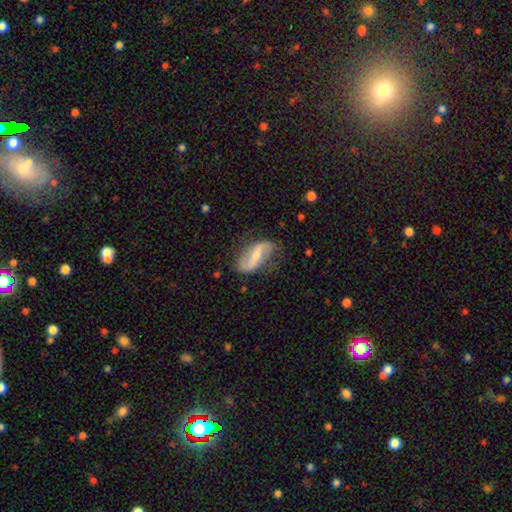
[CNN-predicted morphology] Smooth or featured?
  - featured or disk: 73% *
  - smooth: 21%
  - star or artifact: 6%
Edge-on disk?
  - no: 93% *
  - yes: 7%
Bar?
  - strong: 38% *
  - weak: 37%
  - no: 25%
Spiral arms?
  - yes: 89% *
  - no: 11%
Spiral winding?
  - loose: 76% *
  - medium: 18%
  - tight: 7%
Spiral arm count?
  - 2: 90% *
  - can't tell: 5%
  - 1: 3%
  - 3: 1%
  - 4: 1%
  - more than 4: 1%
Bulge size?
  - small: 48% *
  - moderate: 41%
  - none: 6%
  - large: 3%
  - dominant: 1%
Merging?
  - none: 68% *
  - minor disturbance: 21%
  - major disturbance: 9%
  - merger: 2%